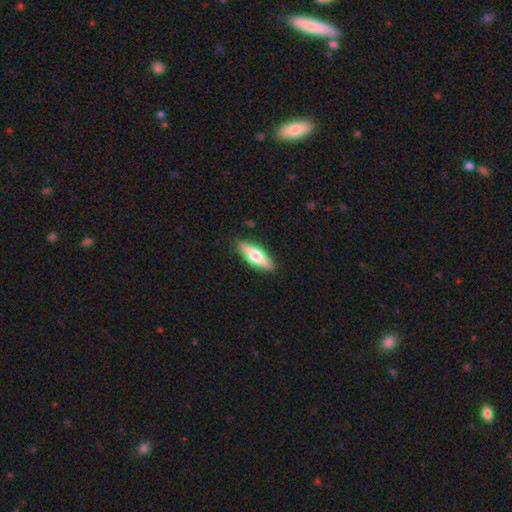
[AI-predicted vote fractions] A smooth galaxy with no disk features (57%) that is in between round and cigar-shaped (50%). Merging: none (88%).